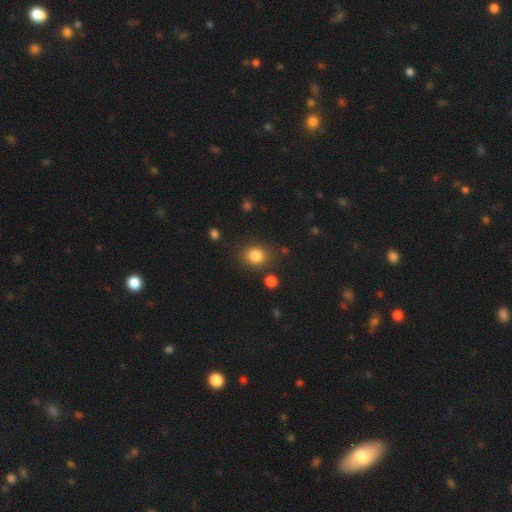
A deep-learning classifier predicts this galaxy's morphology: smooth_or_featured: smooth (p=0.84) [alt: star or artifact p=0.11]
how_rounded: round (p=0.70) [alt: in between p=0.30]
merging: none (p=0.82) [alt: minor disturbance p=0.10]